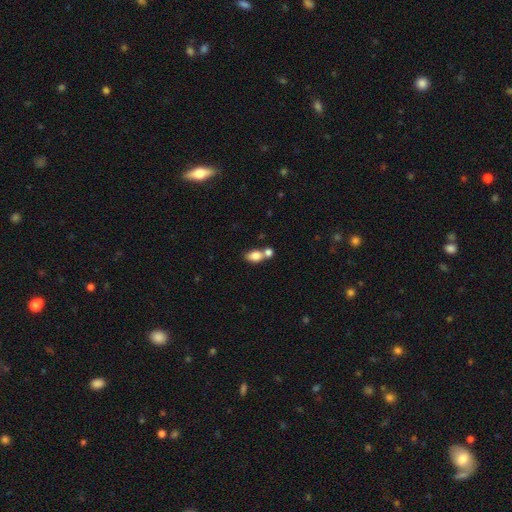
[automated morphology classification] Q: Smooth or featured?
A: smooth (81%); runner-up: featured or disk (10%)
Q: How rounded?
A: in between (80%); runner-up: round (18%)
Q: Merging?
A: merger (47%); runner-up: none (39%)